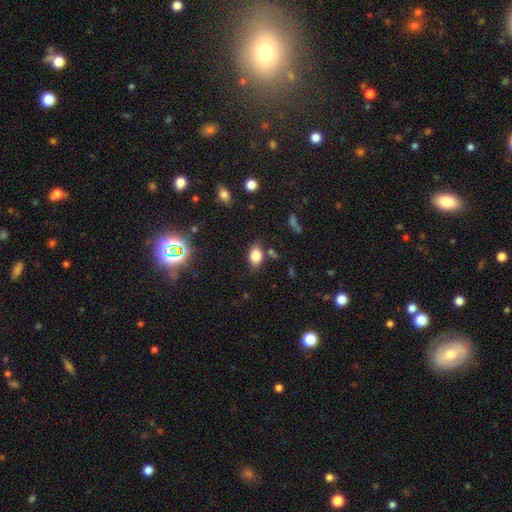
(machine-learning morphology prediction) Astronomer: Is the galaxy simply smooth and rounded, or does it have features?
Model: smooth — 81%.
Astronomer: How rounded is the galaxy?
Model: in between — 82%.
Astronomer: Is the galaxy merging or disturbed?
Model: none — 77%.